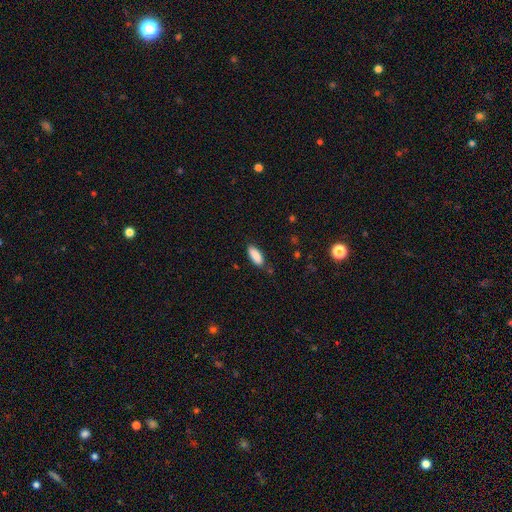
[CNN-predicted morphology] This appears to be a smooth galaxy with no disk features (88%) that is in between round and cigar-shaped (78%). Merging: none (82%).